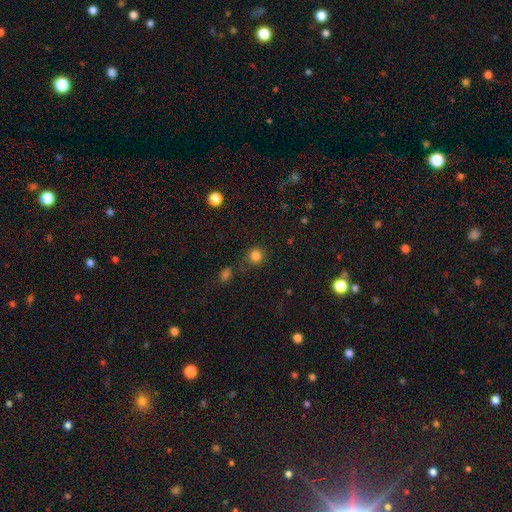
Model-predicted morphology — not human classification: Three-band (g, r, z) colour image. It shows a smooth galaxy with no disk features (81%) that is round (91%). Merging: none (74%).